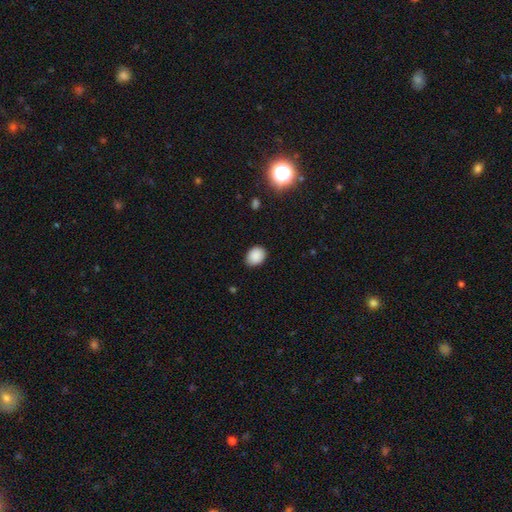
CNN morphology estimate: Smooth or featured: smooth — 88% (star or artifact — 9%)
How rounded: in between — 57% (round — 42%)
Merging: none — 87% (minor disturbance — 10%)